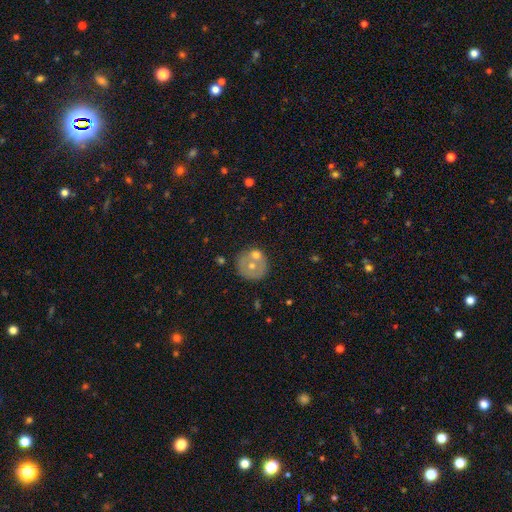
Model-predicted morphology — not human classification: smooth_or_featured: smooth (p=0.51) [alt: featured or disk p=0.40]
how_rounded: round (p=0.89) [alt: in between p=0.10]
merging: none (p=0.57) [alt: merger p=0.25]